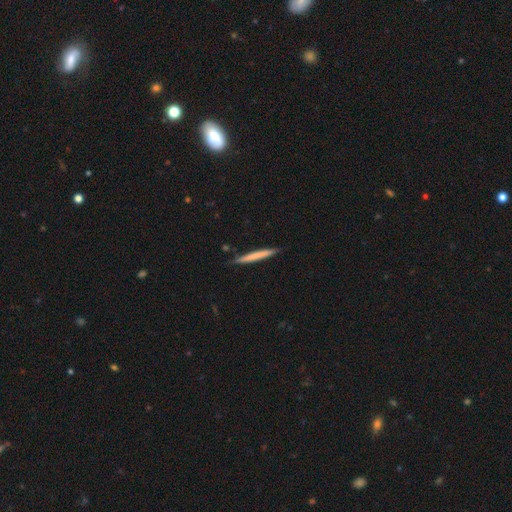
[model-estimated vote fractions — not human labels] The model was most divided on "smooth or featured": smooth: 63%, featured or disk: 31%, star or artifact: 5%. More confident: how rounded — cigar-shaped (97%); merging — none (87%).